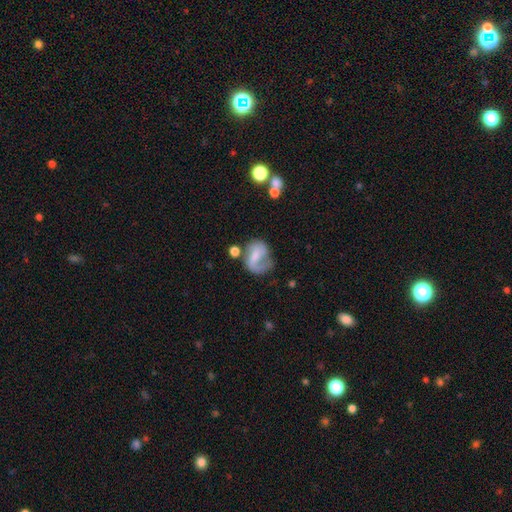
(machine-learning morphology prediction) This appears to be a featured or disk galaxy (53%) with a weak bar (44%), spiral arms (71%) and no central bulge (37%). Merging: none (37%).